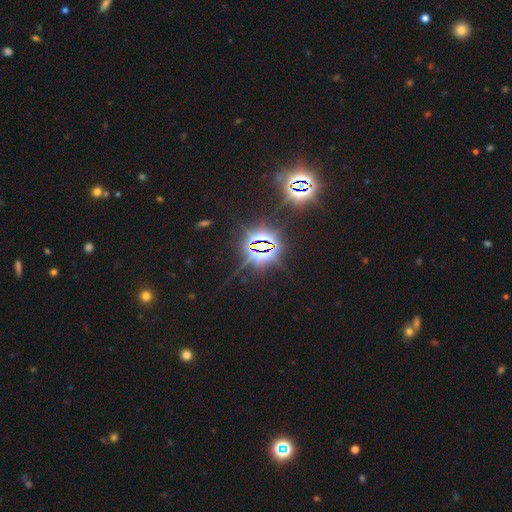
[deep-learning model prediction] A star or artifact, not a galaxy (84%).

Vote fractions:
- Smooth or featured? star or artifact: 84% / smooth: 9% / featured or disk: 7%